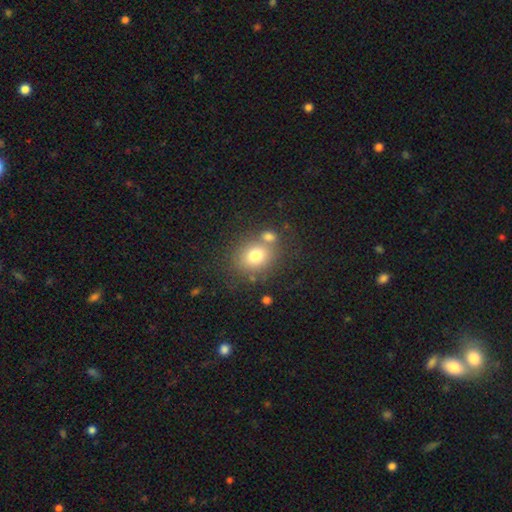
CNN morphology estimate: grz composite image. It shows a smooth galaxy with no disk features (75%) that is round (58%). Merging: none (58%).